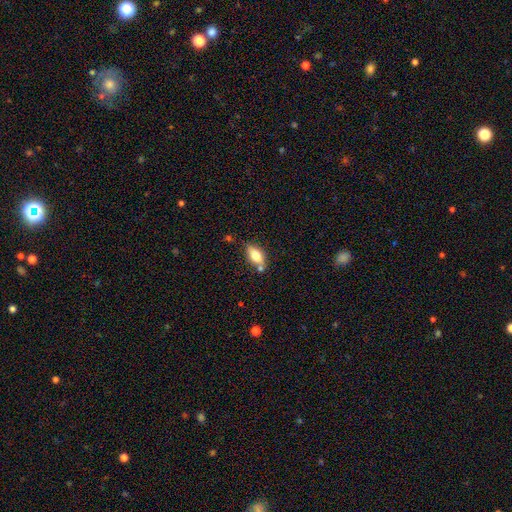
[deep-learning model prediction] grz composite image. It shows a smooth galaxy with no disk features (68%) that is in between round and cigar-shaped (85%). Merging: none (65%).